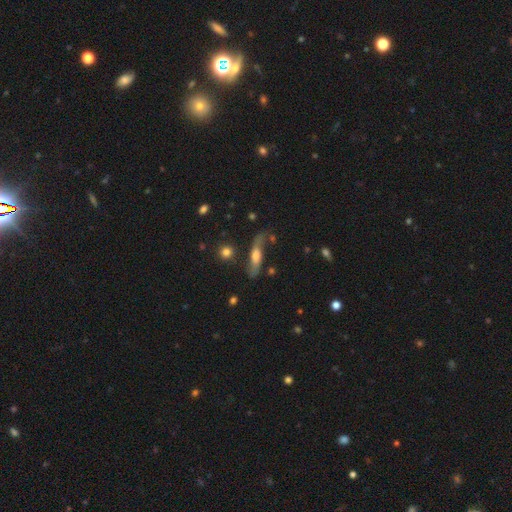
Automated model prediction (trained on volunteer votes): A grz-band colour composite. It shows a featured or disk galaxy (59%) viewed edge-on (54%). Merging: none (64%).